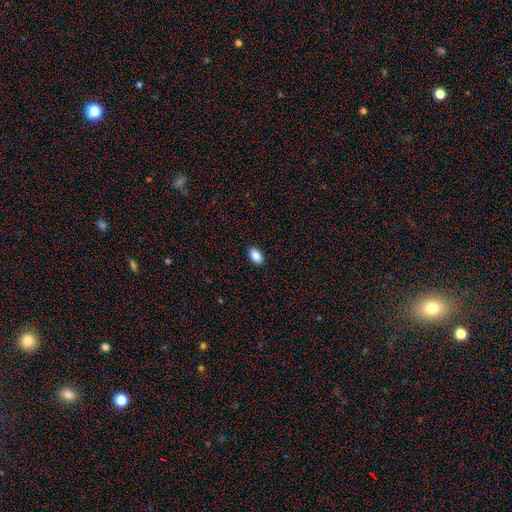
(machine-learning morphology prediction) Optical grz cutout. It shows a smooth galaxy with no disk features (88%) that is in between round and cigar-shaped (91%). Merging: none (90%).